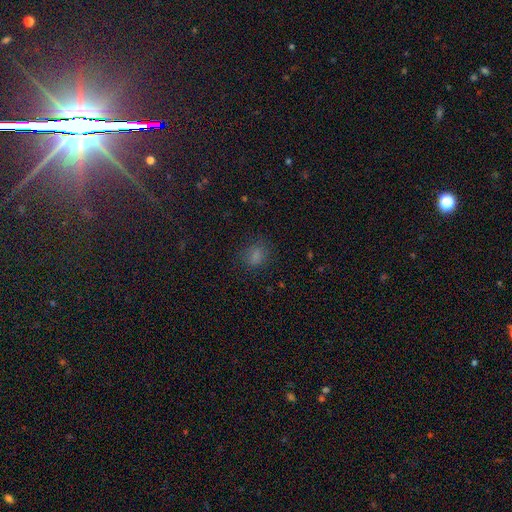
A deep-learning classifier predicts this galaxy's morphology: Smooth or featured? Predicted: smooth (p=0.76). How rounded? Predicted: in between (p=0.52). Merging? Predicted: none (p=0.75).